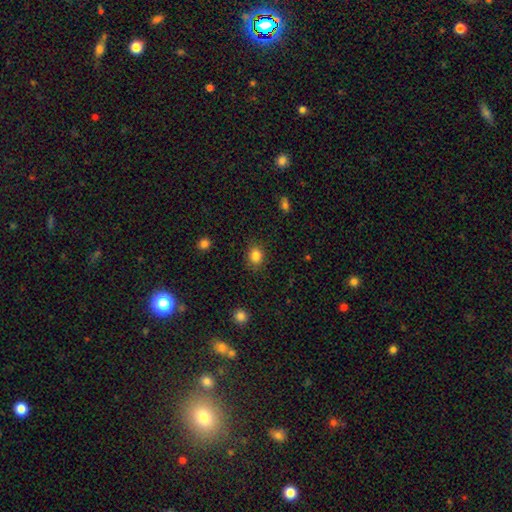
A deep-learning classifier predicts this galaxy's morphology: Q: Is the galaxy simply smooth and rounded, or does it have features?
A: smooth — 85%.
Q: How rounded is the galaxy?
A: round — 59%.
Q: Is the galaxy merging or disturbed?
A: none — 85%.